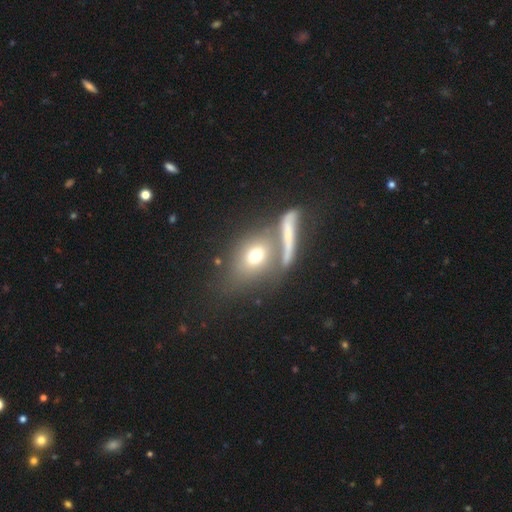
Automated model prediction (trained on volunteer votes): Smooth or featured? smooth (66%)
How rounded? round (48%)
Merging? none (50%)